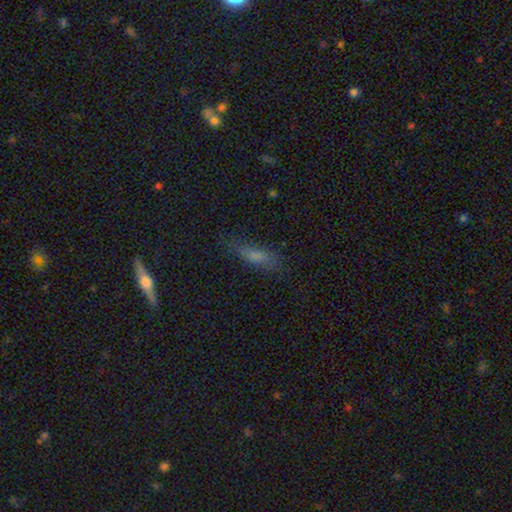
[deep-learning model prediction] smooth-or-featured: smooth: 58% | featured or disk: 27% | star or artifact: 15%
  how-rounded: cigar-shaped: 58% | in between: 38% | round: 3%
  merging: none: 71% | minor disturbance: 20% | major disturbance: 7% | merger: 2%